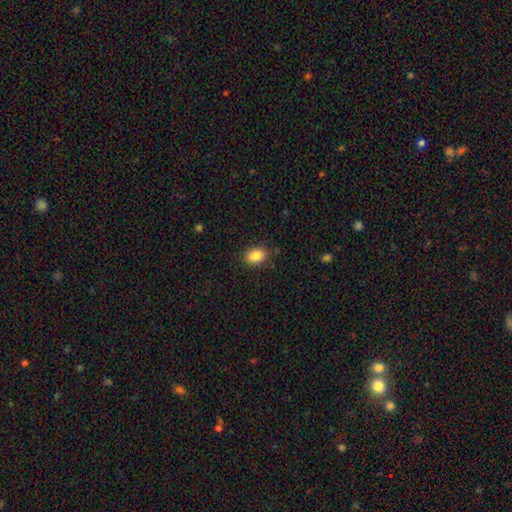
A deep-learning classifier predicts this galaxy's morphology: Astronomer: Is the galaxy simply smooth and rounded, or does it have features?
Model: smooth — 85%.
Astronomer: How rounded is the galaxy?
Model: in between — 67%.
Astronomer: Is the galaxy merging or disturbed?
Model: none — 86%.